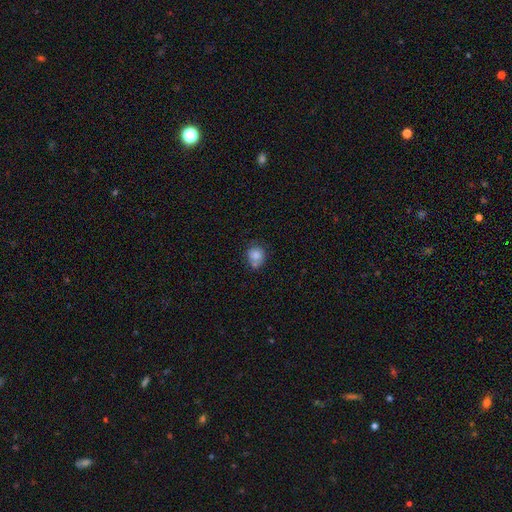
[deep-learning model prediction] Q: Smooth or featured?
A: smooth (80%); runner-up: featured or disk (10%)
Q: How rounded?
A: round (75%); runner-up: in between (24%)
Q: Merging?
A: none (52%); runner-up: merger (21%)